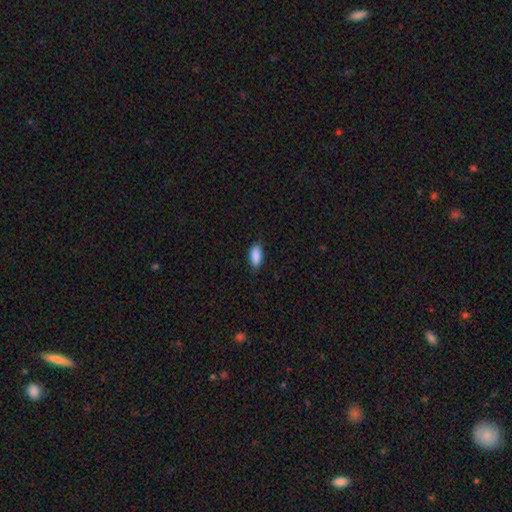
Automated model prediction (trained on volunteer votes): Smooth or featured? smooth (89%)
How rounded? in between (89%)
Merging? none (81%)